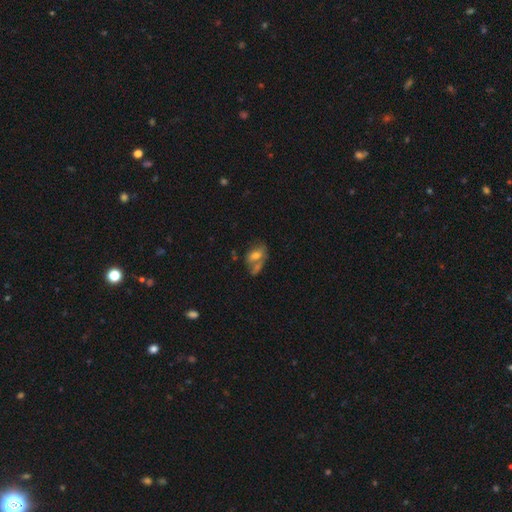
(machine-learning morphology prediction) Smooth or featured?
  - smooth: 60% *
  - featured or disk: 30%
  - star or artifact: 10%
How rounded?
  - in between: 84% *
  - round: 13%
  - cigar-shaped: 4%
Merging?
  - none: 36% *
  - merger: 35%
  - minor disturbance: 18%
  - major disturbance: 11%